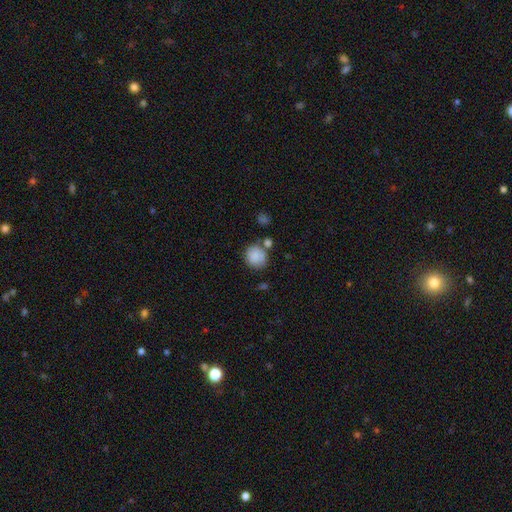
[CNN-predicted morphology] A smooth galaxy with no disk features (86%) that is round (84%). Merging: none (67%).